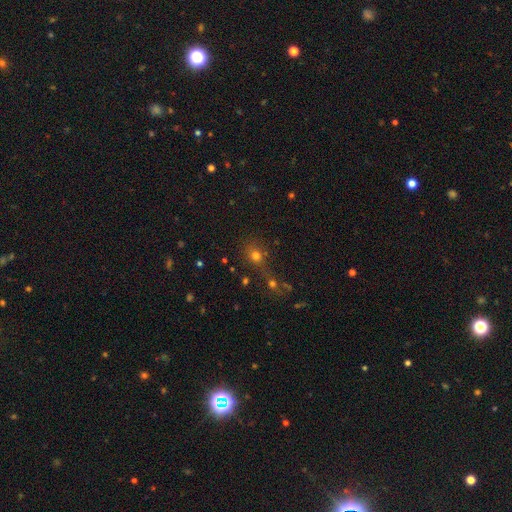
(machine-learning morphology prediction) smooth-or-featured: smooth: 67% | star or artifact: 23% | featured or disk: 10%
  how-rounded: round: 74% | in between: 24% | cigar-shaped: 2%
  merging: none: 43% | merger: 39% | minor disturbance: 10% | major disturbance: 8%